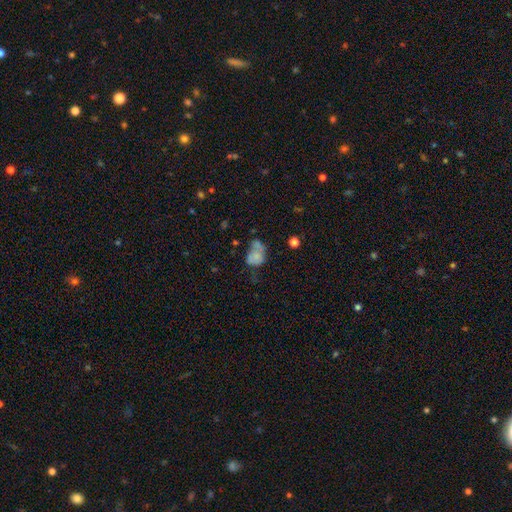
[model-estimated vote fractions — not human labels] A smooth galaxy with no disk features (68%) that is in between round and cigar-shaped (58%). Merging: merger (35%).